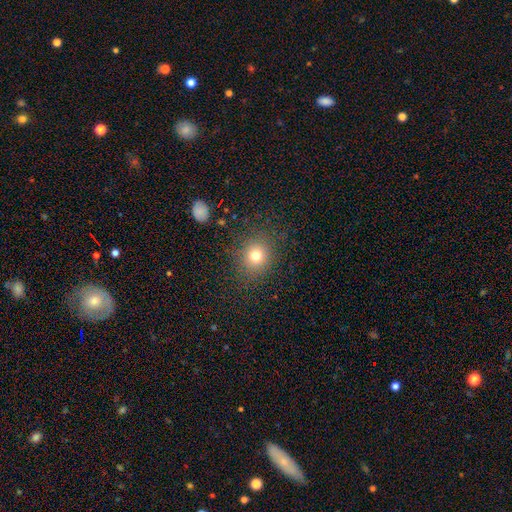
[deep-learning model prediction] A smooth galaxy with no disk features (76%) that is round (80%).

Vote fractions:
- Smooth or featured? smooth: 76% / star or artifact: 15% / featured or disk: 9%
- How rounded? round: 80% / in between: 19% / cigar-shaped: 1%
- Merging? none: 85% / minor disturbance: 9% / major disturbance: 5% / merger: 1%